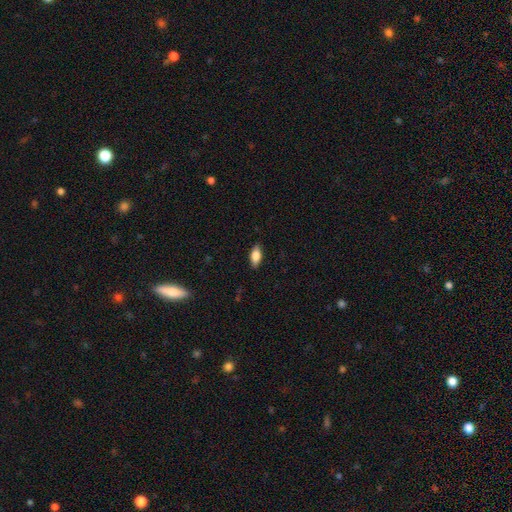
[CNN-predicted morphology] This is likely a smooth galaxy (80%). How rounded: clearly in between (85%). Merging: clearly none (87%).